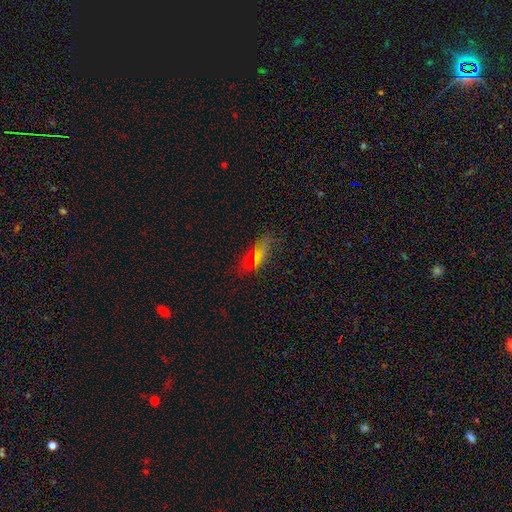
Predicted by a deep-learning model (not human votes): Smooth or featured? smooth (47%)
Merging? none (73%)